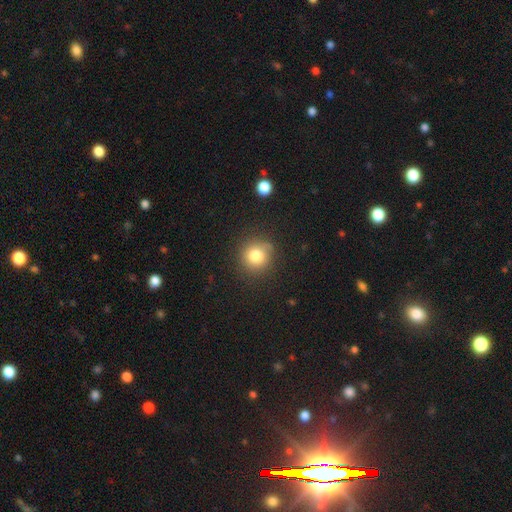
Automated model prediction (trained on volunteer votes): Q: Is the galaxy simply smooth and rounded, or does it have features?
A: smooth — 80%.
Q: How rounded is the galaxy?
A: round — 90%.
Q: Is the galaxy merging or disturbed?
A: none — 81%.